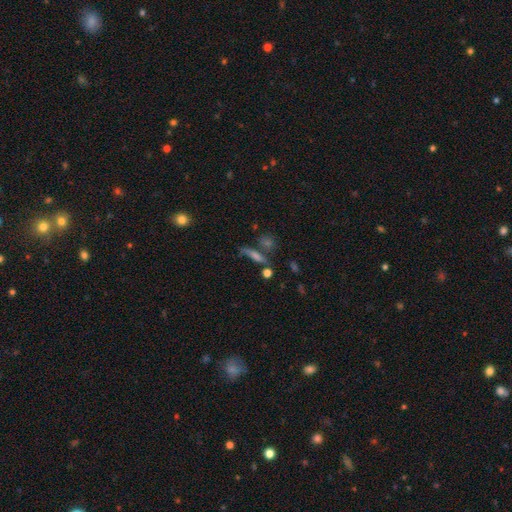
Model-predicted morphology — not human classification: Smooth or featured? Predicted: smooth (p=0.58). How rounded? Predicted: cigar-shaped (p=0.66). Merging? Predicted: none (p=0.50).